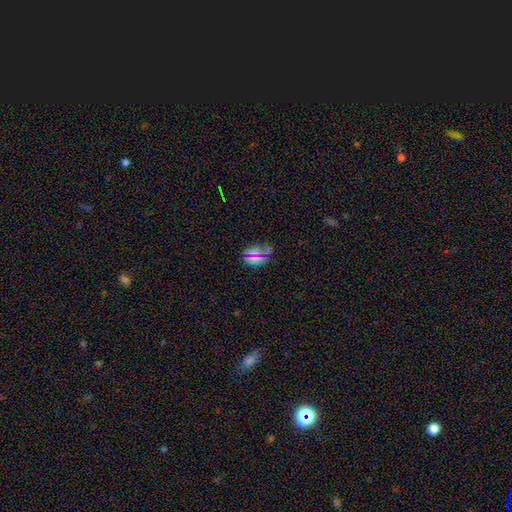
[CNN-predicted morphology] smooth-or-featured: smooth: 62% | star or artifact: 27% | featured or disk: 11%
  how-rounded: in between: 82% | round: 14% | cigar-shaped: 4%
  merging: none: 72% | minor disturbance: 18% | major disturbance: 7% | merger: 3%